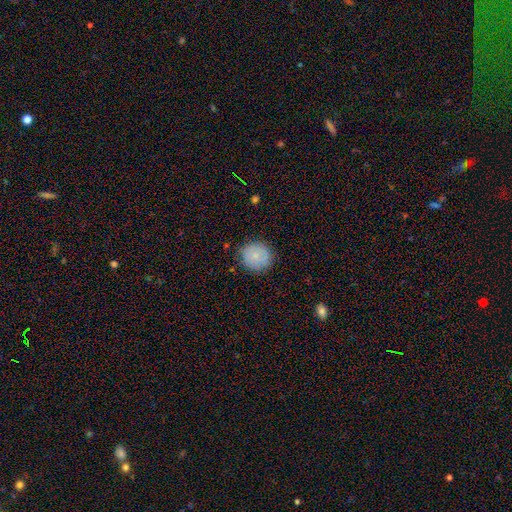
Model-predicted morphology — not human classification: Overall: smooth (78%). How rounded: round (88%). Merging: none (83%).